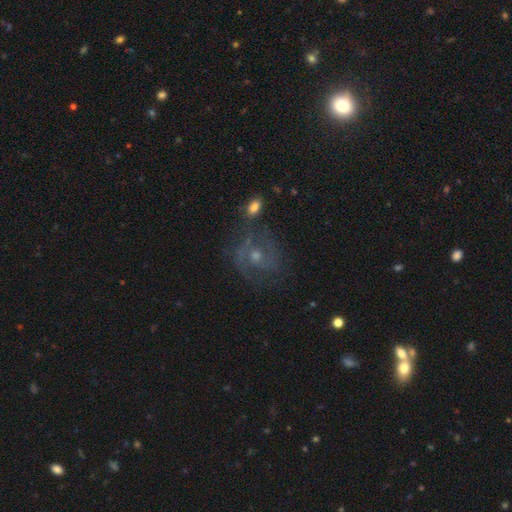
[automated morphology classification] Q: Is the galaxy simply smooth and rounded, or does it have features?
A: featured or disk — 72%.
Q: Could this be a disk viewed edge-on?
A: no — 97%.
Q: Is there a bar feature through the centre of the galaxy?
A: no — 64%.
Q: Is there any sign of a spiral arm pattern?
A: yes — 87%.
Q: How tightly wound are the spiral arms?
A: medium — 48%.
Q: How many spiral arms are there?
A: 2 — 59%.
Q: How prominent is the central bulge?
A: moderate — 53%.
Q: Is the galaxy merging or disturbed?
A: none — 66%.